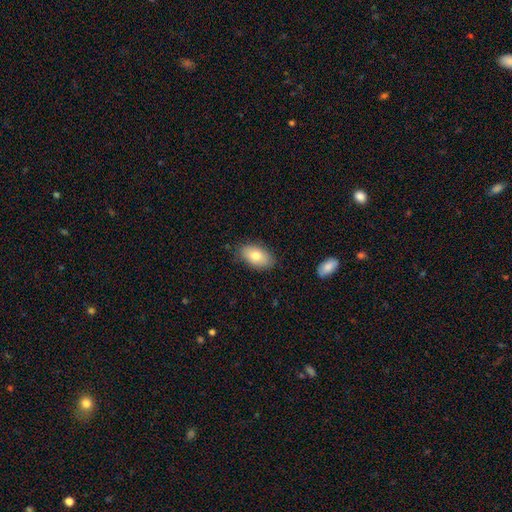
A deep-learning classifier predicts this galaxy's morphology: smooth-or-featured: smooth: 77% | featured or disk: 16% | star or artifact: 7%
  how-rounded: in between: 93% | round: 6% | cigar-shaped: 2%
  merging: none: 82% | minor disturbance: 14% | major disturbance: 3% | merger: 1%